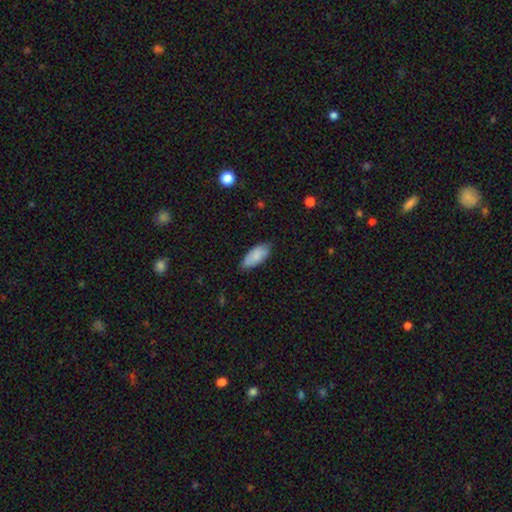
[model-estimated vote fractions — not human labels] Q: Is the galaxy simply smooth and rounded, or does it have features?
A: smooth — 83%.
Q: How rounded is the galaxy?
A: in between — 89%.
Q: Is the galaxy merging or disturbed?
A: none — 72%.